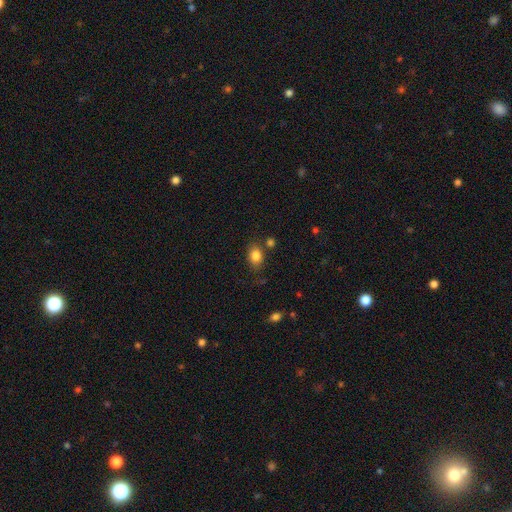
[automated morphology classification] Smooth or featured? Predicted: smooth (p=0.84). How rounded? Predicted: in between (p=0.69). Merging? Predicted: none (p=0.74).